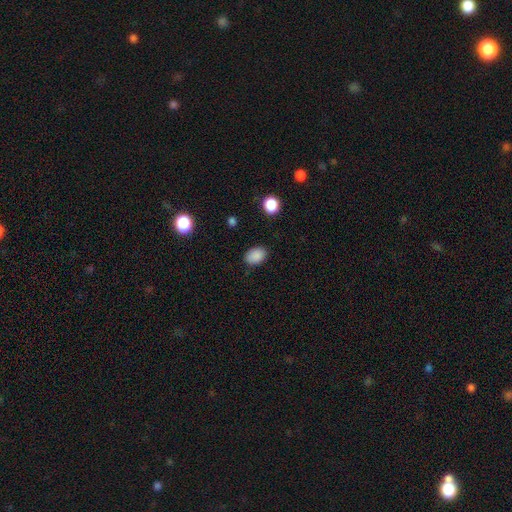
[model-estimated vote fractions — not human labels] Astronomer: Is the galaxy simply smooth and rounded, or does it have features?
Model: smooth — 87%.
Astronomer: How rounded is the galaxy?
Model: in between — 80%.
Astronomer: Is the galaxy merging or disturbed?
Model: none — 84%.